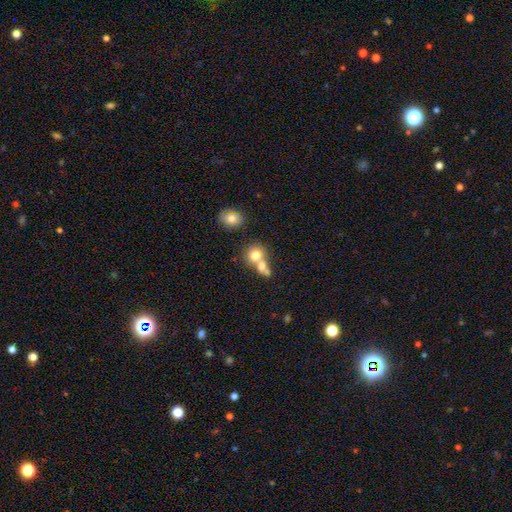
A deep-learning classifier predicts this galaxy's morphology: smooth_or_featured: smooth (p=0.74) [alt: featured or disk p=0.16]
how_rounded: round (p=0.76) [alt: in between p=0.23]
merging: merger (p=0.58) [alt: none p=0.32]